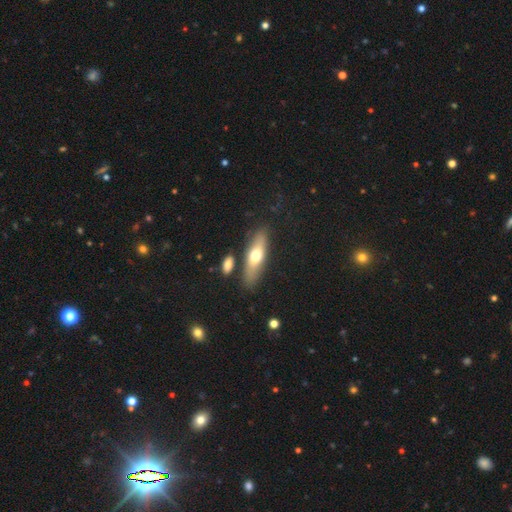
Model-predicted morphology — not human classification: smooth-or-featured: smooth: 57% | featured or disk: 37% | star or artifact: 6%
  how-rounded: cigar-shaped: 52% | in between: 45% | round: 3%
  merging: none: 77% | minor disturbance: 12% | merger: 7% | major disturbance: 3%